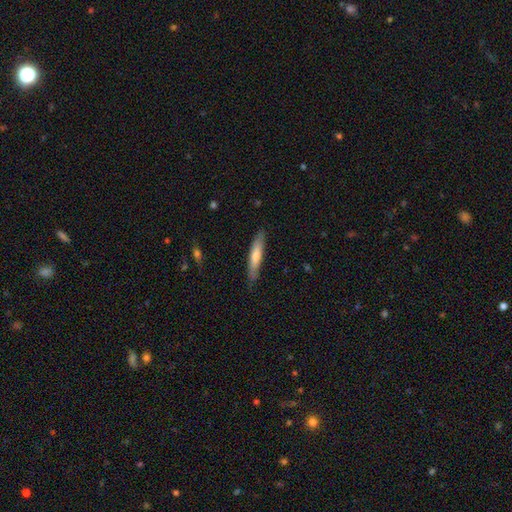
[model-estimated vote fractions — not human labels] This is likely a smooth galaxy (60%). How rounded: clearly cigar-shaped (89%). Merging: clearly none (85%).